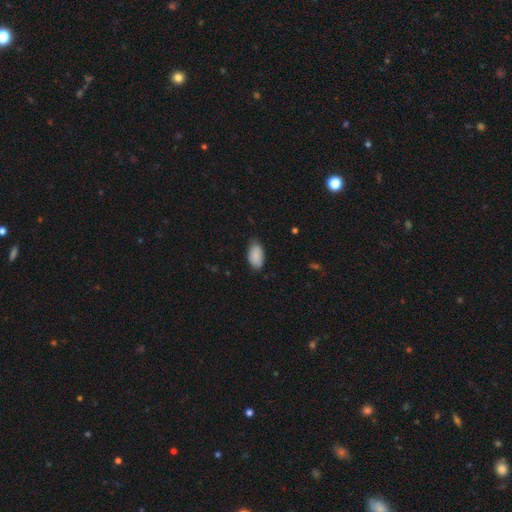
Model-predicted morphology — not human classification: Smooth or featured? smooth (88%)
How rounded? in between (95%)
Merging? none (77%)